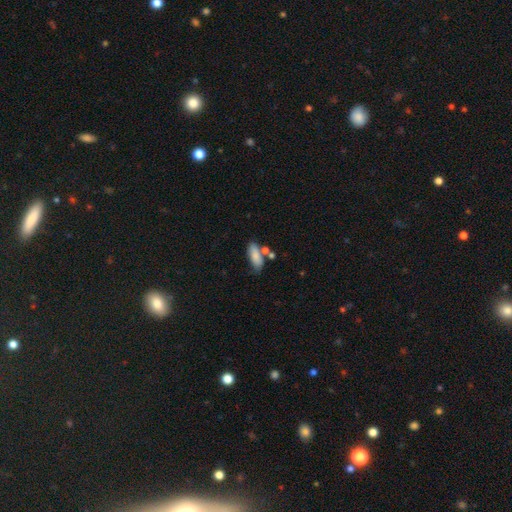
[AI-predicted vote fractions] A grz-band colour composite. It shows a smooth galaxy with no disk features (82%) that is in between round and cigar-shaped (77%). Merging: none (56%).